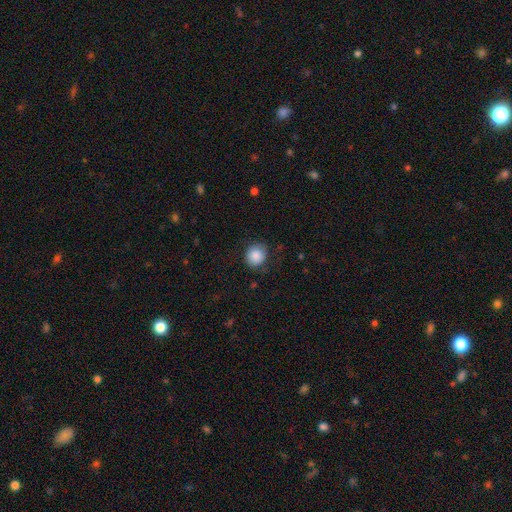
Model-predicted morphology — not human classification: Smooth or featured? Predicted: smooth (p=0.87). How rounded? Predicted: round (p=0.84). Merging? Predicted: none (p=0.79).